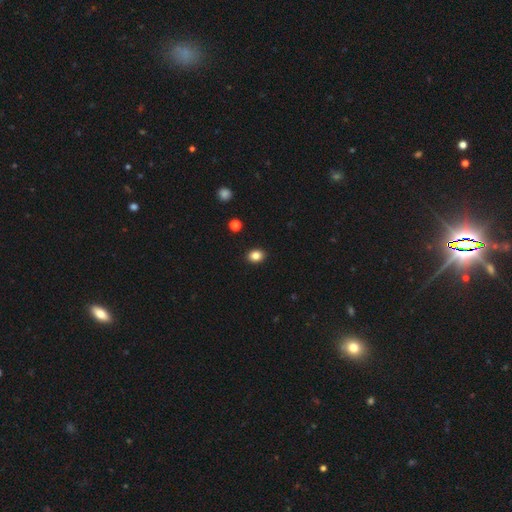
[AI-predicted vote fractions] The model was most divided on "how rounded": in between: 51%, round: 49%, cigar-shaped: 1%. More confident: merging — none (91%); smooth or featured — smooth (84%).